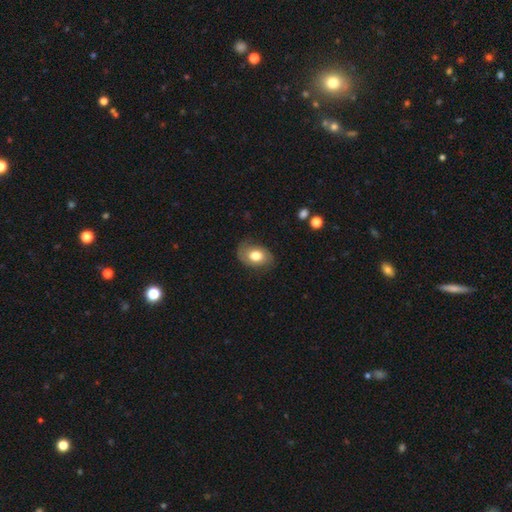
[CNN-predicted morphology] smooth 62%, featured or disk 30%, star or artifact 8%. Down the decision tree: how rounded — in between (78%); merging — none (73%).